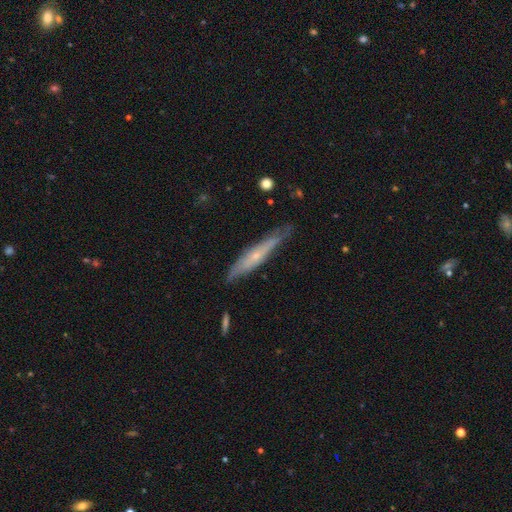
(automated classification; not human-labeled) featured or disk 57%, smooth 37%, star or artifact 6%. Down the decision tree: edge-on disk — yes (77%); merging — none (75%).